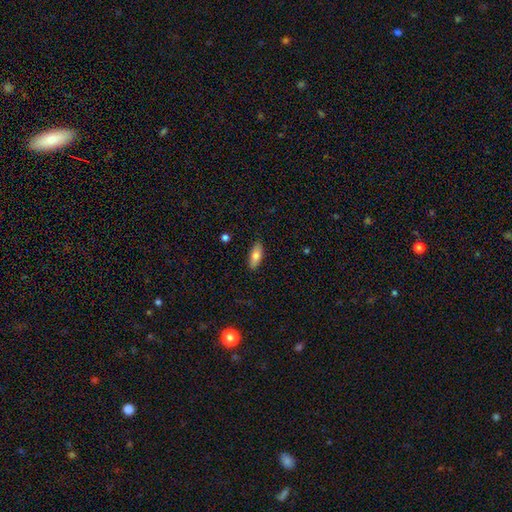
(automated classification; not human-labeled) Smooth or featured? smooth (78%)
How rounded? in between (74%)
Merging? none (88%)